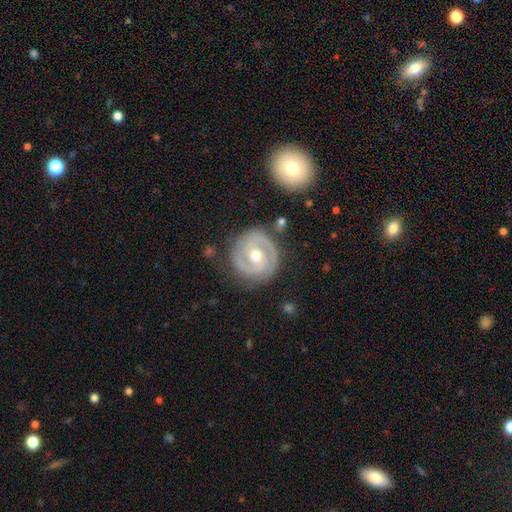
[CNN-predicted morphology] This appears to be a featured or disk galaxy (87%) with no bar (45%), 2 (87%) tight (66%) spiral arms (95%) and a moderate central bulge (77%). Merging: none (83%).